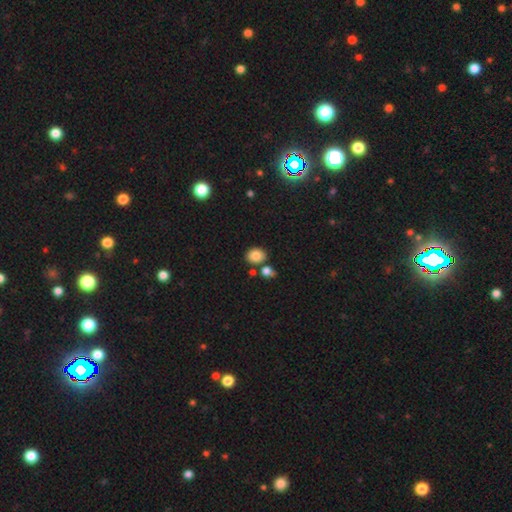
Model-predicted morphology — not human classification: Smooth or featured?
  - smooth: 82% *
  - star or artifact: 10%
  - featured or disk: 8%
How rounded?
  - in between: 51% *
  - round: 48%
  - cigar-shaped: 1%
Merging?
  - none: 72% *
  - merger: 15%
  - minor disturbance: 10%
  - major disturbance: 3%